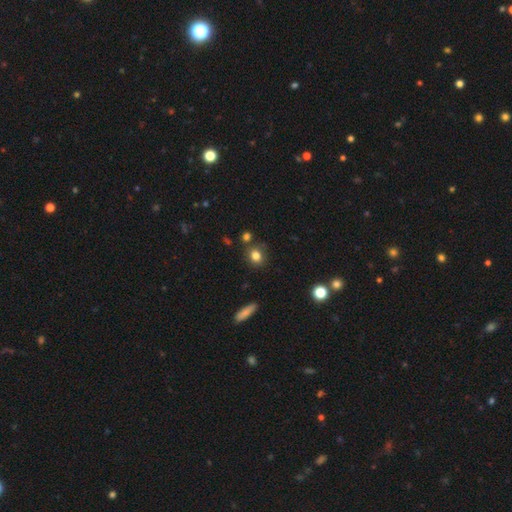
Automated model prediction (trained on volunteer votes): The model was most divided on "how rounded": round: 69%, in between: 29%, cigar-shaped: 2%. More confident: smooth or featured — smooth (81%); merging — none (76%).